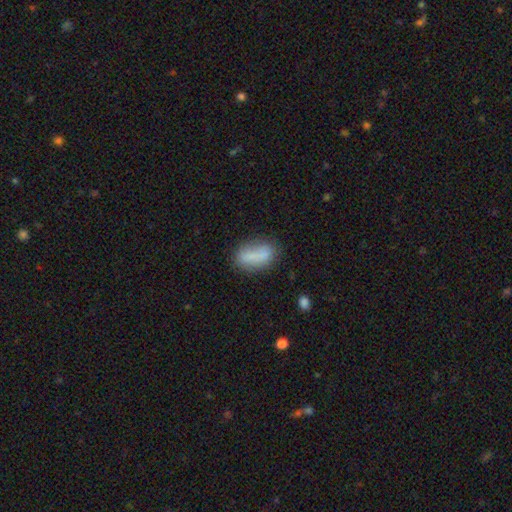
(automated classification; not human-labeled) Overall: smooth (76%). How rounded: in between (81%). Merging: none (64%).